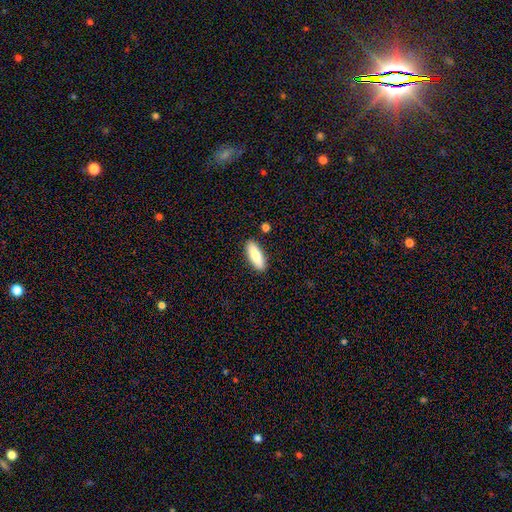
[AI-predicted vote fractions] smooth_or_featured: smooth (p=0.80) [alt: featured or disk p=0.14]
how_rounded: in between (p=0.60) [alt: cigar-shaped p=0.38]
merging: none (p=0.88) [alt: minor disturbance p=0.08]